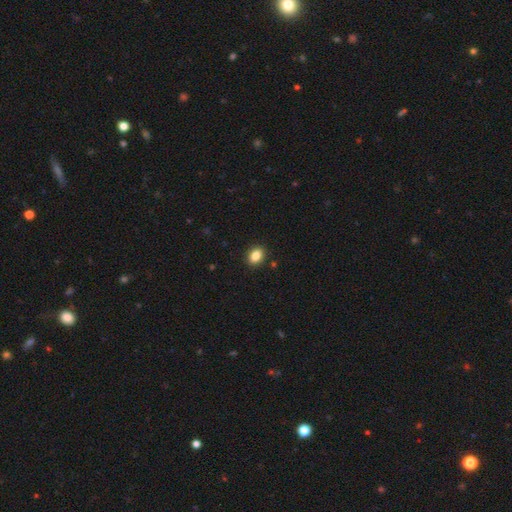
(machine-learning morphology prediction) smooth_or_featured: smooth (p=0.86) [alt: star or artifact p=0.09]
how_rounded: in between (p=0.70) [alt: round p=0.29]
merging: none (p=0.91) [alt: minor disturbance p=0.07]